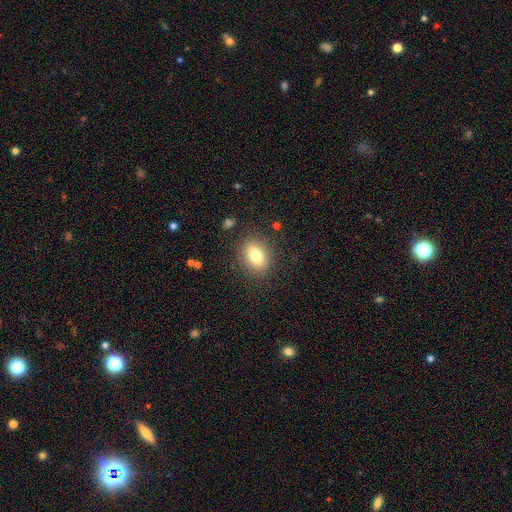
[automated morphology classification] Smooth or featured? smooth (77%)
How rounded? in between (62%)
Merging? none (85%)